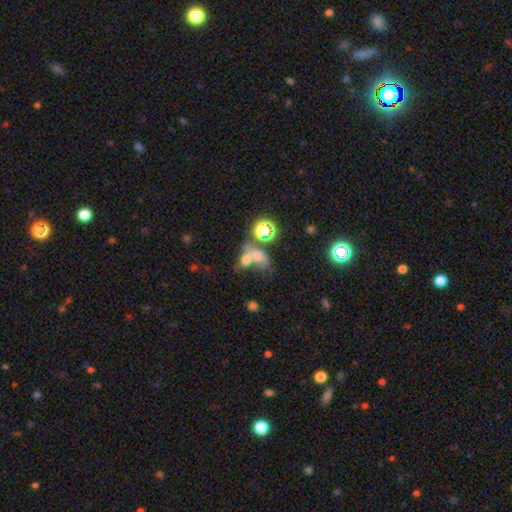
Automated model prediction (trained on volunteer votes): Smooth or featured: smooth — 54% (star or artifact — 25%)
How rounded: in between — 69% (round — 28%)
Merging: merger — 59% (none — 21%)